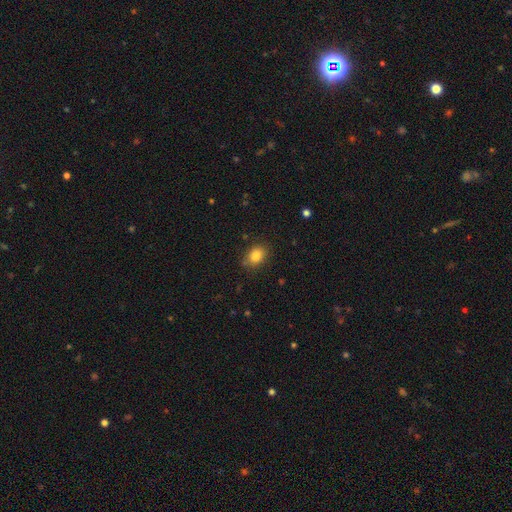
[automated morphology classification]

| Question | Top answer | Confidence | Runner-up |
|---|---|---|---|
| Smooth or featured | smooth | 84% | star or artifact (10%) |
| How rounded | in between | 63% | round (35%) |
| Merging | none | 81% | minor disturbance (13%) |